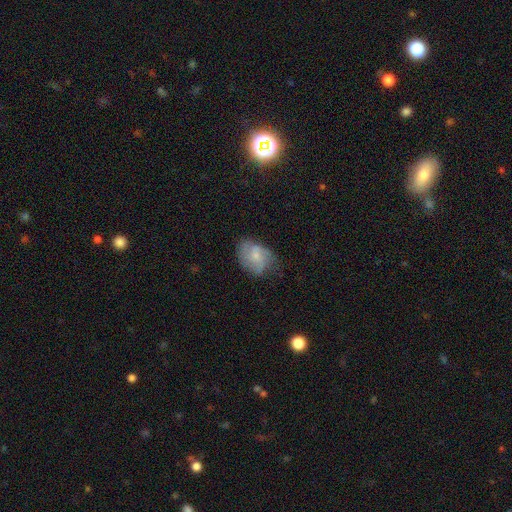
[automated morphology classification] Smooth or featured? featured or disk (51%)
Edge-on disk? no (97%)
Merging? none (58%)